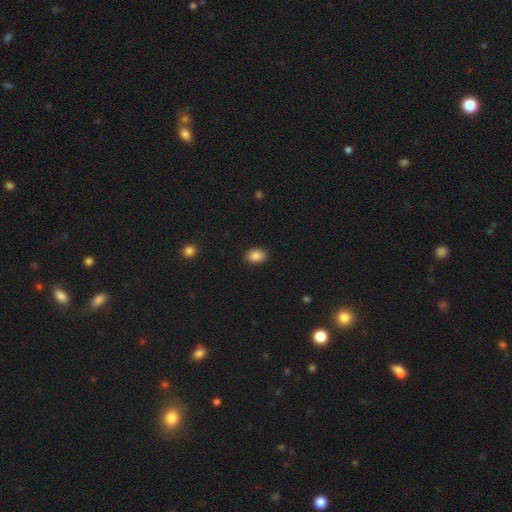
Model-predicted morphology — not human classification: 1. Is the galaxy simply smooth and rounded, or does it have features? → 88% smooth, 8% star or artifact, 4% featured or disk.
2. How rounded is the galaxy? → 75% in between, 24% round, 1% cigar-shaped.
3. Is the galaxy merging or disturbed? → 89% none, 8% minor disturbance, 2% major disturbance, 1% merger.